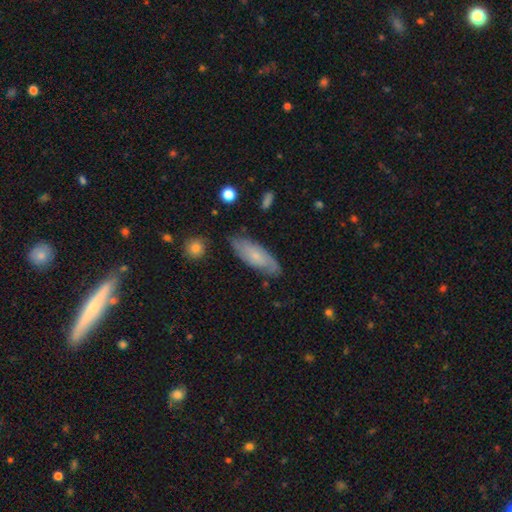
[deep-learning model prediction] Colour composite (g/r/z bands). It shows a smooth galaxy with no disk features (52%) that is in between round and cigar-shaped (67%). Merging: none (77%).